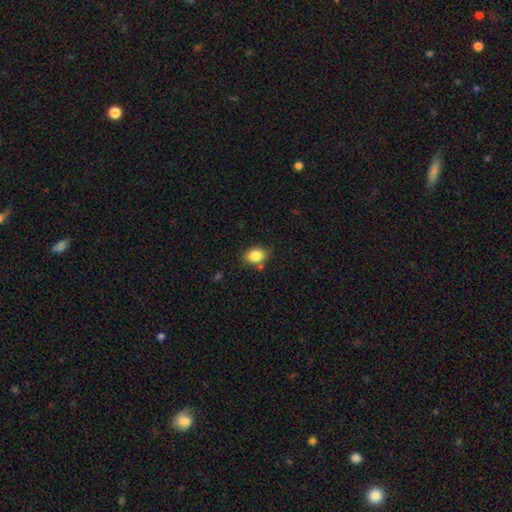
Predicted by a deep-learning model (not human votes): Morphology: type=smooth (85%); roundness=in between (66%); merging=none (76%).